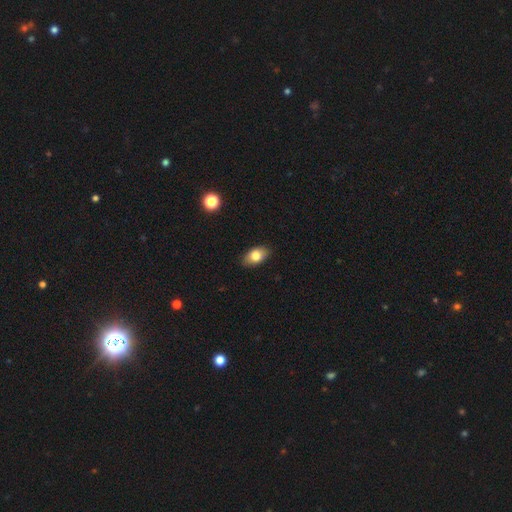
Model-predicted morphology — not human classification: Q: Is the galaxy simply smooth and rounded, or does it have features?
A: smooth — 79%.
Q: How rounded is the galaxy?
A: in between — 90%.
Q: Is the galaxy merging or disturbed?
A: none — 87%.